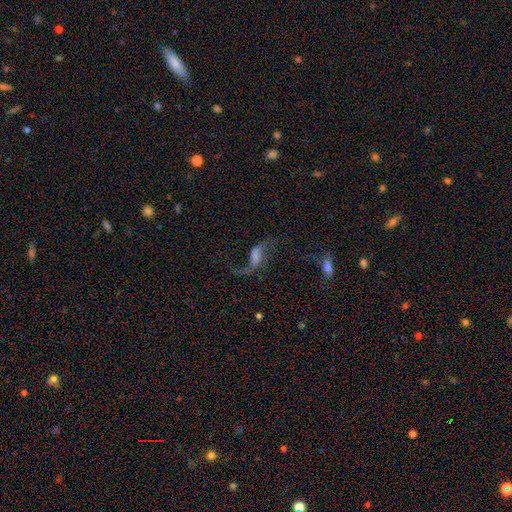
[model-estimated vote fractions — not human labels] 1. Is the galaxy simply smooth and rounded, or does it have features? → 78% featured or disk, 11% star or artifact, 11% smooth.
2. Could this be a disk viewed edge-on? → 94% no, 6% yes.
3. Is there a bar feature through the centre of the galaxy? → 46% weak, 28% no, 26% strong.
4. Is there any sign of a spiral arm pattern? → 93% yes, 7% no.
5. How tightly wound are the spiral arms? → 90% loose, 8% medium, 2% tight.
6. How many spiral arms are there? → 88% 2, 7% 1, 2% can't tell, 1% 3, 1% 4, 1% more than 4.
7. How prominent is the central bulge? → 37% none, 27% small, 23% moderate, 11% large, 3% dominant.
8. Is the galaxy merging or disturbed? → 62% none, 19% major disturbance, 14% minor disturbance, 5% merger.